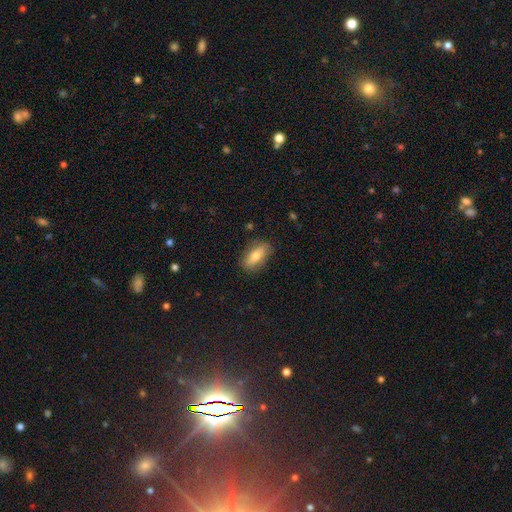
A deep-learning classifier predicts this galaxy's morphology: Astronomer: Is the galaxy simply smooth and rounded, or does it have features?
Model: smooth — 66%.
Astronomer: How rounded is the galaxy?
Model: in between — 74%.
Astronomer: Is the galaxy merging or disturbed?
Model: none — 83%.